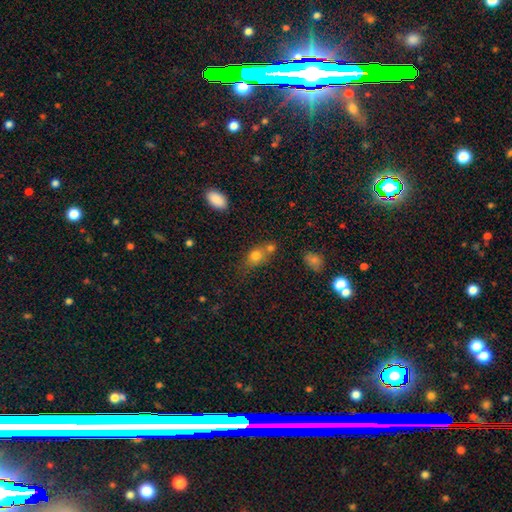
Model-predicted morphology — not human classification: This is likely a smooth galaxy (76%). How rounded: possibly in between (55%). Merging: marginally merger (41%).